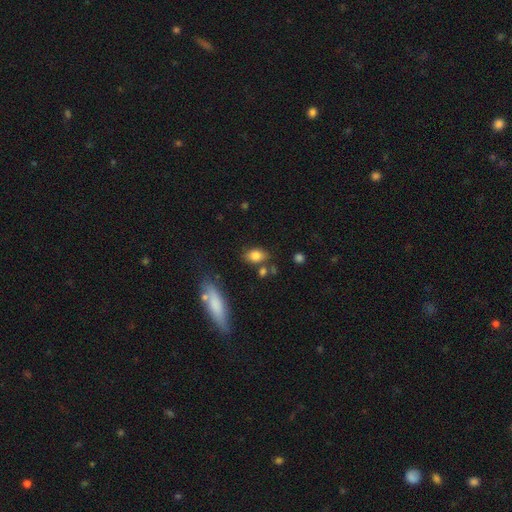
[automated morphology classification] A smooth galaxy with no disk features (82%) that is in between round and cigar-shaped (82%).

Vote fractions:
- Smooth or featured? smooth: 82% / featured or disk: 10% / star or artifact: 9%
- How rounded? in between: 82% / round: 14% / cigar-shaped: 4%
- Merging? none: 75% / minor disturbance: 14% / merger: 7% / major disturbance: 4%